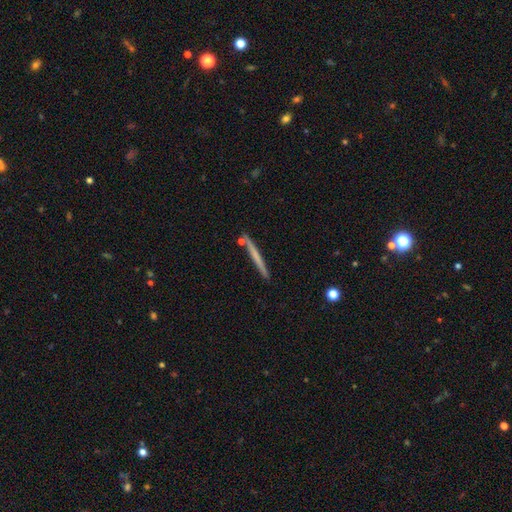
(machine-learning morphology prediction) type=smooth (52%); roundness=cigar-shaped (97%); merging=none (87%).